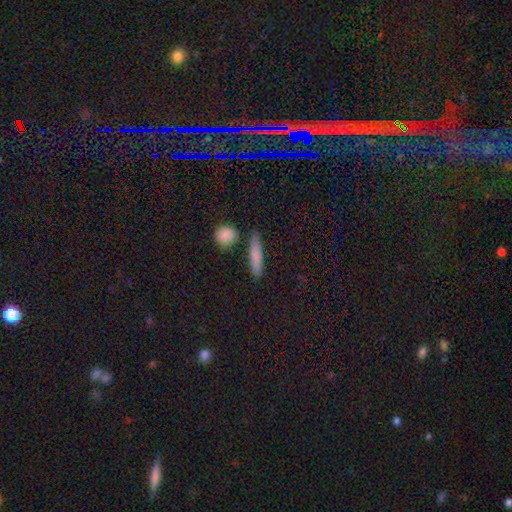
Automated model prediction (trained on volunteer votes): Smooth or featured?
  - smooth: 78% *
  - featured or disk: 13%
  - star or artifact: 9%
How rounded?
  - cigar-shaped: 77% *
  - in between: 19%
  - round: 4%
Merging?
  - none: 78% *
  - minor disturbance: 13%
  - merger: 6%
  - major disturbance: 3%